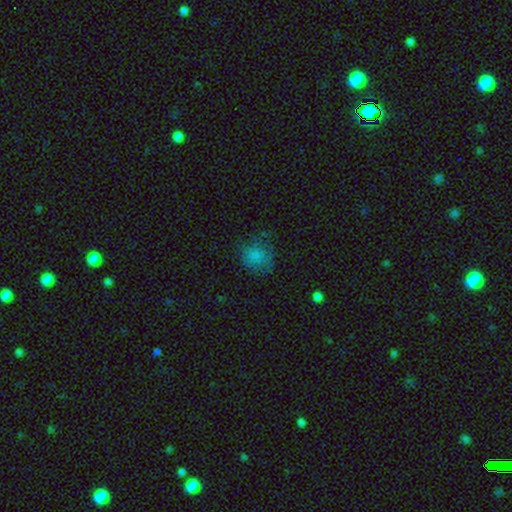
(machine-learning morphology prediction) Smooth or featured?
  - smooth: 78% *
  - star or artifact: 13%
  - featured or disk: 9%
How rounded?
  - round: 80% *
  - in between: 19%
  - cigar-shaped: 1%
Merging?
  - none: 68% *
  - minor disturbance: 21%
  - major disturbance: 9%
  - merger: 1%